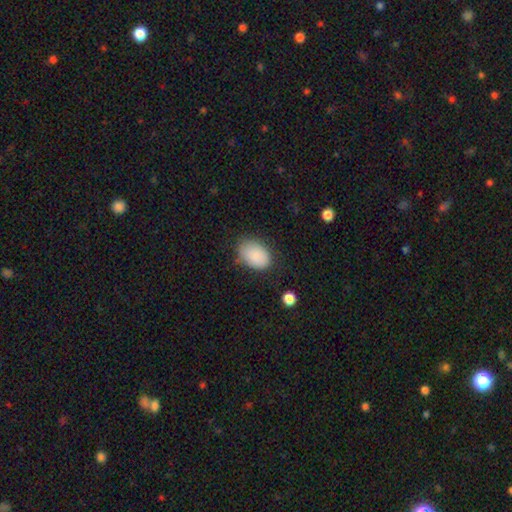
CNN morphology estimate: Overall: smooth (87%). How rounded: in between (85%). Merging: none (68%).